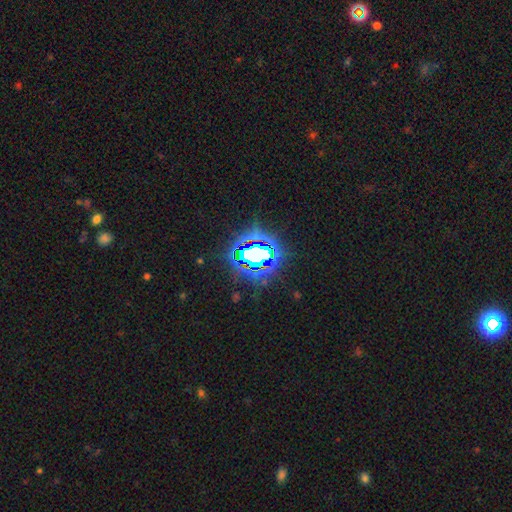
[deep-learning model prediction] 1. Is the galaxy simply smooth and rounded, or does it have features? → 74% star or artifact, 14% smooth, 12% featured or disk.